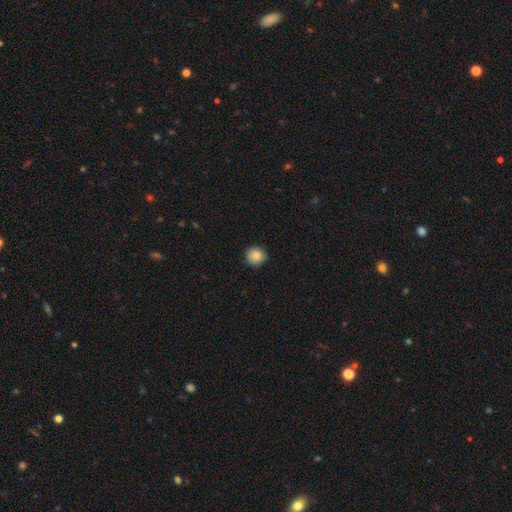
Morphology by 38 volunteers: A smooth galaxy with no disk features (92%) that is round (89%). Merging: none (89%).